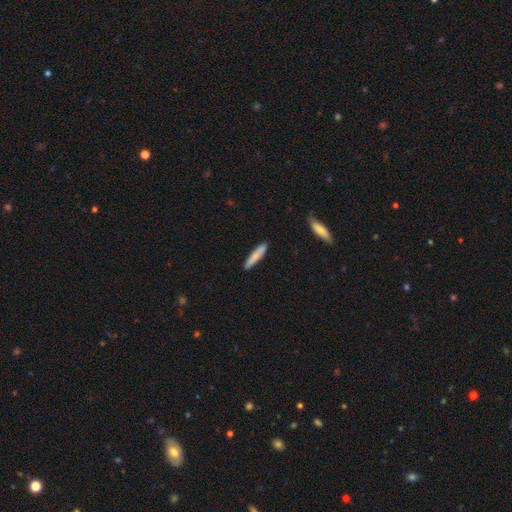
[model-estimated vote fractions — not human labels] Smooth or featured? smooth (80%)
How rounded? cigar-shaped (88%)
Merging? none (89%)